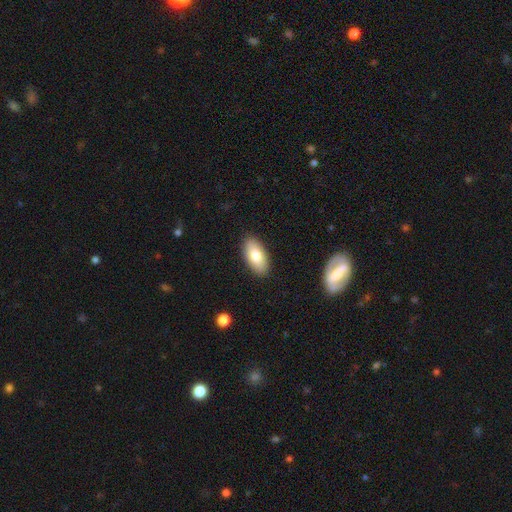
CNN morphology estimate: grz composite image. It shows a smooth galaxy with no disk features (79%) that is in between round and cigar-shaped (92%). Merging: none (89%).